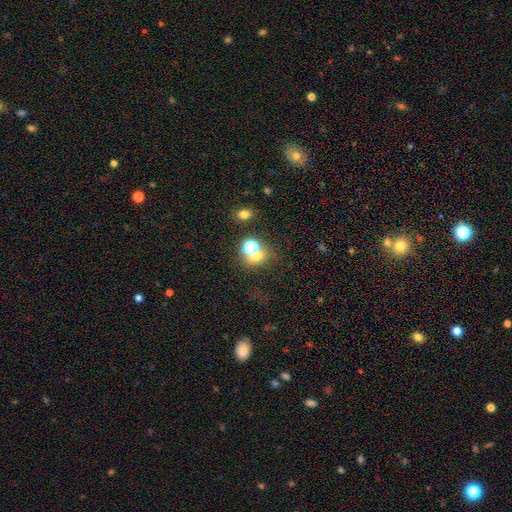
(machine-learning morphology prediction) Smooth or featured?
  - smooth: 57% *
  - star or artifact: 33%
  - featured or disk: 11%
How rounded?
  - round: 74% *
  - in between: 25%
  - cigar-shaped: 1%
Merging?
  - none: 55% *
  - merger: 29%
  - minor disturbance: 9%
  - major disturbance: 7%